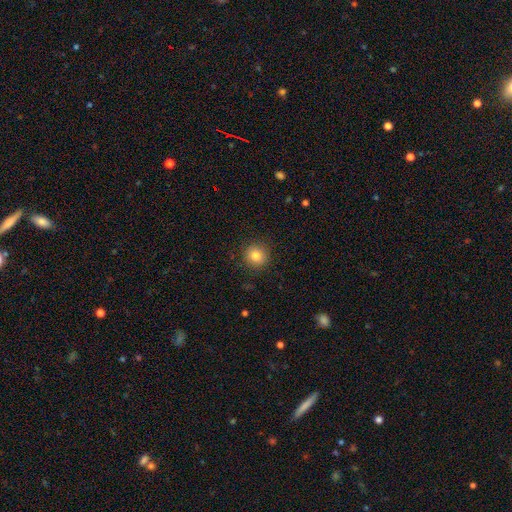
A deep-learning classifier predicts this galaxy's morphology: This appears to be a smooth galaxy with no disk features (82%) that is round (92%). Merging: none (89%).